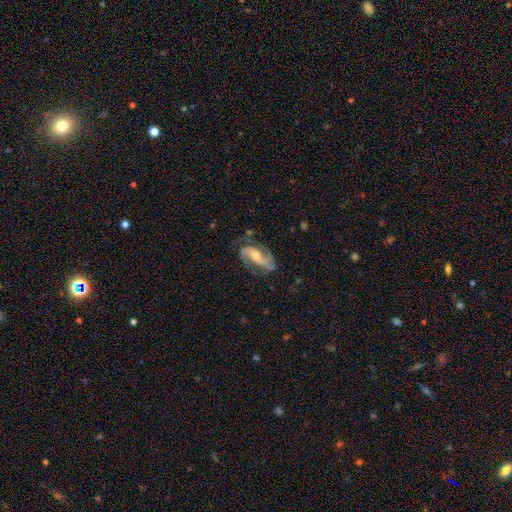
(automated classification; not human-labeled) The model was most divided on "bar": no: 39%, weak: 37%, strong: 25%. Remaining: spiral arms — yes (97%); edge-on disk — no (96%); spiral arm count — 2 (87%); smooth or featured — featured or disk (86%); merging — none (71%); bulge size — moderate (57%); spiral winding — medium (49%).